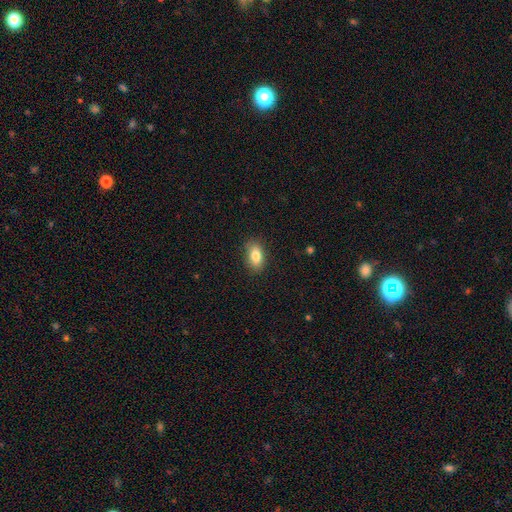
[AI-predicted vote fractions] A smooth galaxy with no disk features (84%) that is in between round and cigar-shaped (89%).

Vote fractions:
- Smooth or featured? smooth: 84% / featured or disk: 8% / star or artifact: 8%
- How rounded? in between: 89% / round: 7% / cigar-shaped: 4%
- Merging? none: 85% / minor disturbance: 11% / major disturbance: 3% / merger: 1%